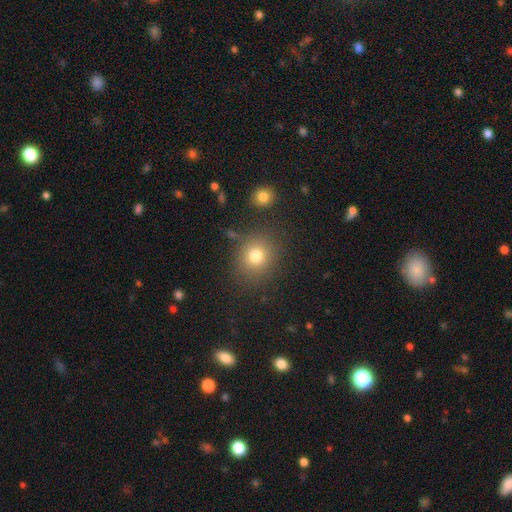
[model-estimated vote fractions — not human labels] This appears to be a smooth galaxy with no disk features (77%) that is round (80%). Merging: none (80%).